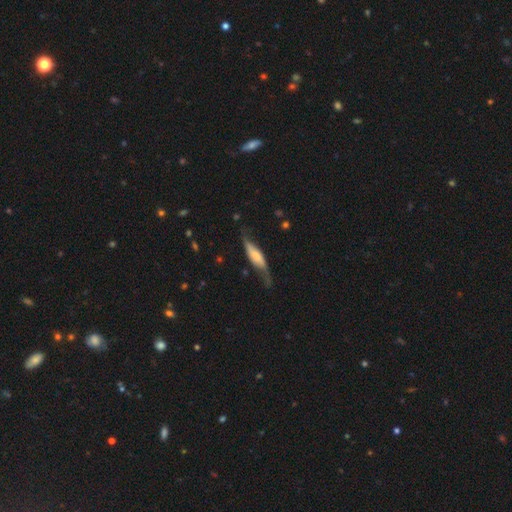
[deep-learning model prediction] Overall: featured or disk (58%; smooth 36%). Edge-on disk: no (56%; yes 44%). Merging: none (54%; minor disturbance 29%).